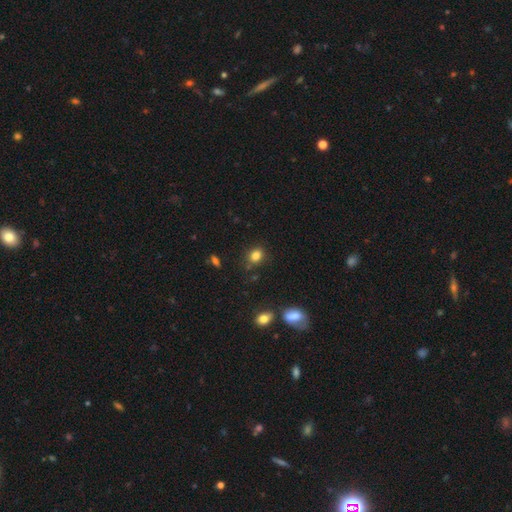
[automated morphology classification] smooth 83%, star or artifact 12%, featured or disk 6%. Down the decision tree: how rounded — round (54%); merging — none (77%).